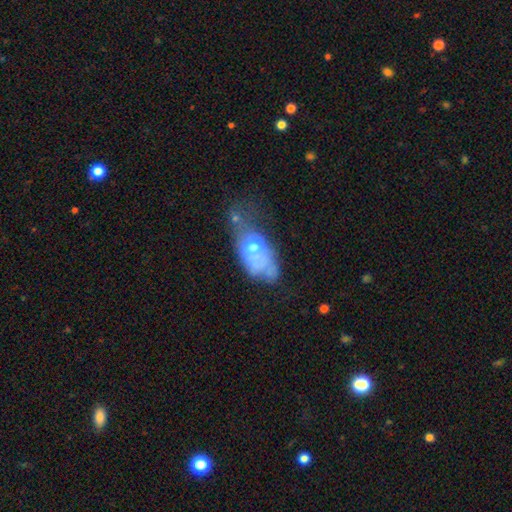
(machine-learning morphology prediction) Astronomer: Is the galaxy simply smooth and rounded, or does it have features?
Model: smooth — 51% (runner-up: featured or disk, 39%).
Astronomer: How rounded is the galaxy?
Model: in between — 86%.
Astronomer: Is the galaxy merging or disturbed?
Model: major disturbance — 36% (runner-up: minor disturbance, 26%).